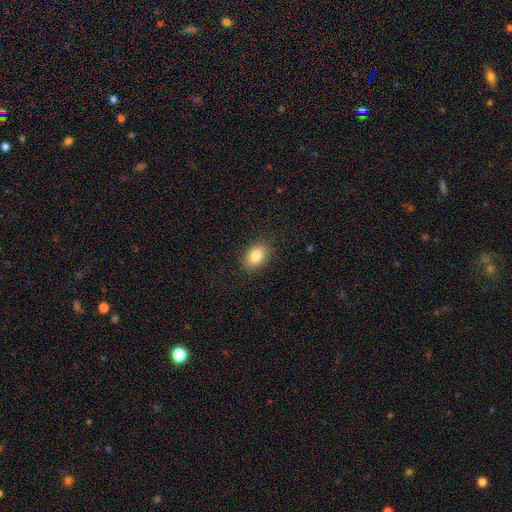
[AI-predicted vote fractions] Overall: smooth (83%). How rounded: in between (82%). Merging: none (88%).